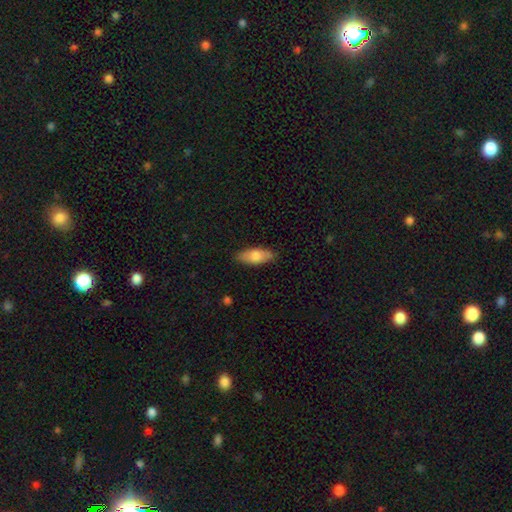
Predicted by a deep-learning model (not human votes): Morphology: type=smooth (75%); roundness=in between (79%); merging=none (84%).